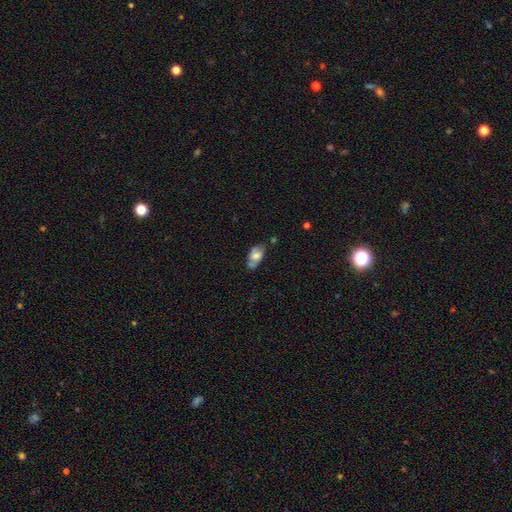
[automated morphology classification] Smooth or featured?
  - smooth: 63% *
  - featured or disk: 29%
  - star or artifact: 8%
How rounded?
  - in between: 91% *
  - round: 5%
  - cigar-shaped: 3%
Merging?
  - none: 49% *
  - minor disturbance: 27%
  - merger: 15%
  - major disturbance: 8%